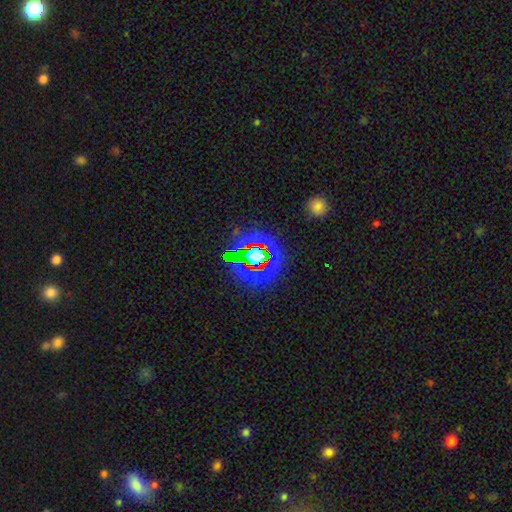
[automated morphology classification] Q: Smooth or featured?
A: star or artifact (67%); runner-up: smooth (20%)